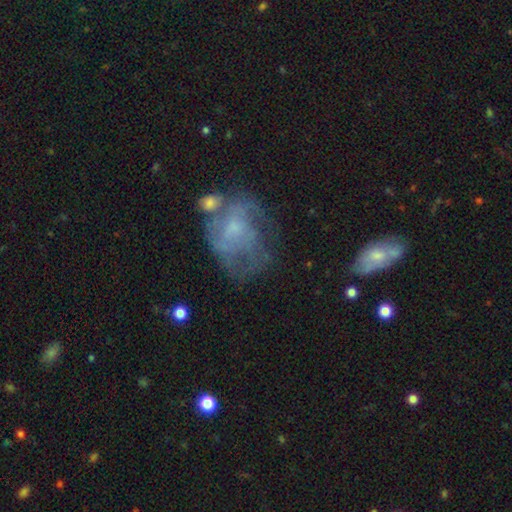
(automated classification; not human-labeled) Smooth or featured?
  - featured or disk: 58% *
  - smooth: 29%
  - star or artifact: 12%
Edge-on disk?
  - no: 97% *
  - yes: 3%
Bar?
  - no: 74% *
  - weak: 22%
  - strong: 3%
Spiral arms?
  - no: 51% *
  - yes: 49%
Bulge size?
  - small: 49% *
  - moderate: 24%
  - none: 23%
  - large: 3%
  - dominant: 1%
Merging?
  - none: 37% *
  - major disturbance: 28%
  - minor disturbance: 23%
  - merger: 12%